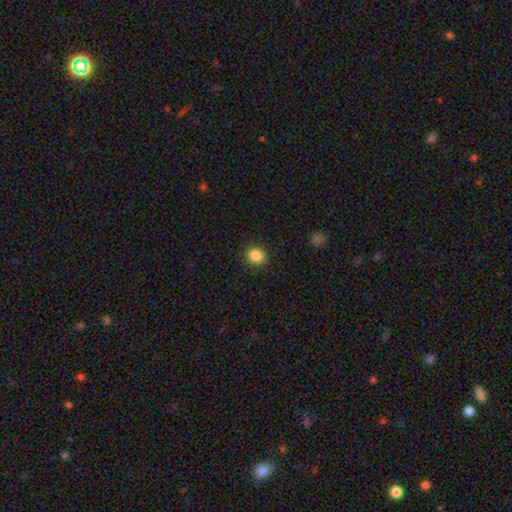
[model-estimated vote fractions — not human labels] Smooth or featured?
  - smooth: 86% *
  - star or artifact: 10%
  - featured or disk: 4%
How rounded?
  - round: 78% *
  - in between: 21%
  - cigar-shaped: 1%
Merging?
  - none: 91% *
  - minor disturbance: 6%
  - major disturbance: 2%
  - merger: 1%